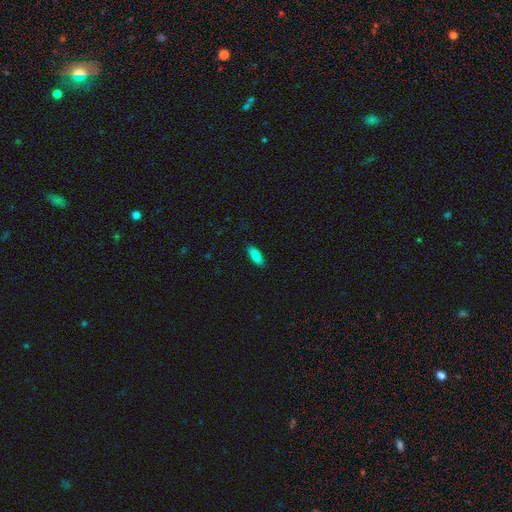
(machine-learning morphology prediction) This is clearly a smooth galaxy (86%). How rounded: likely in between (74%). Merging: clearly none (89%).